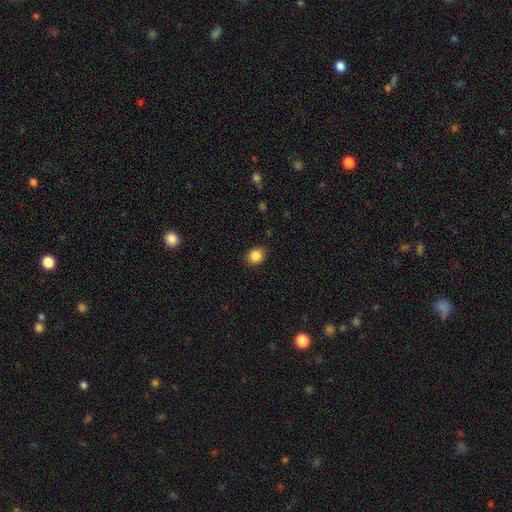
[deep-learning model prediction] smooth 87%, star or artifact 9%, featured or disk 4%. Down the decision tree: how rounded — round (51%); merging — none (86%).